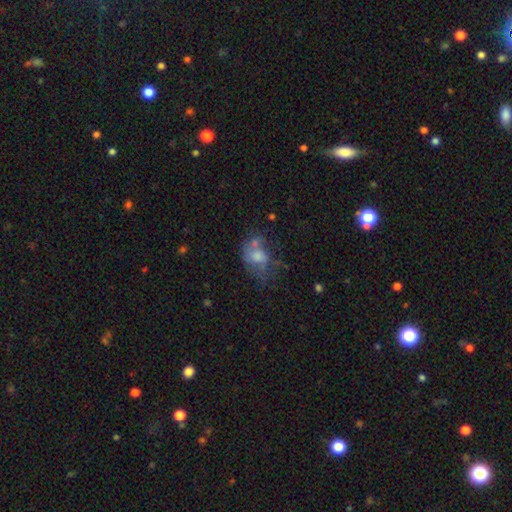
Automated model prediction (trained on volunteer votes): Smooth or featured? smooth (47%)
Merging? none (35%)